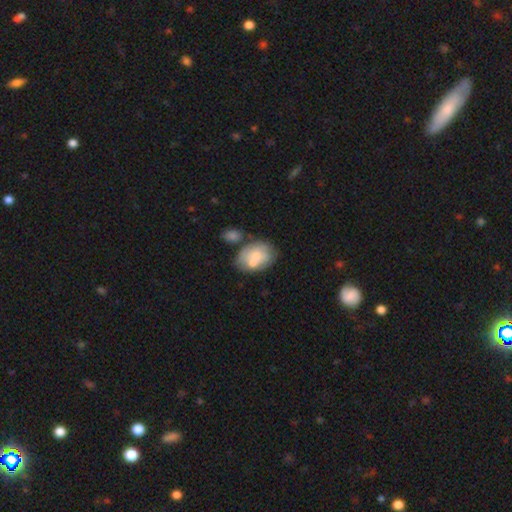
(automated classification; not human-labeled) The model was most divided on "merging": none: 44%, merger: 28%, minor disturbance: 21%, major disturbance: 8%. More confident: how rounded — in between (81%); smooth or featured — smooth (63%).